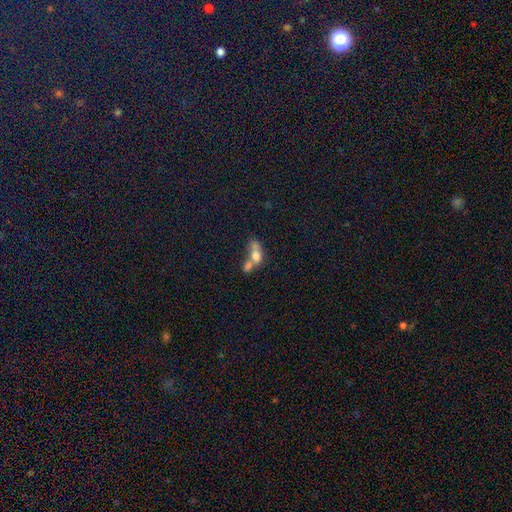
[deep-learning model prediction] smooth 62%, featured or disk 27%, star or artifact 11%. Down the decision tree: how rounded — in between (69%); merging — merger (67%).